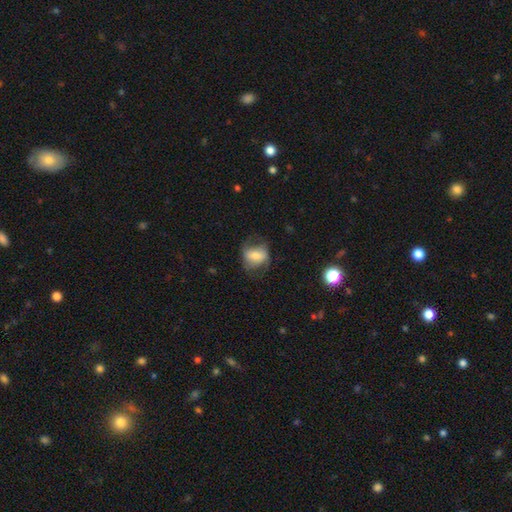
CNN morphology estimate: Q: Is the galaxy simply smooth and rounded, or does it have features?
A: smooth — 57%.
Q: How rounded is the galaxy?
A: in between — 64%.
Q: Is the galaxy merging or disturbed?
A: none — 55%.